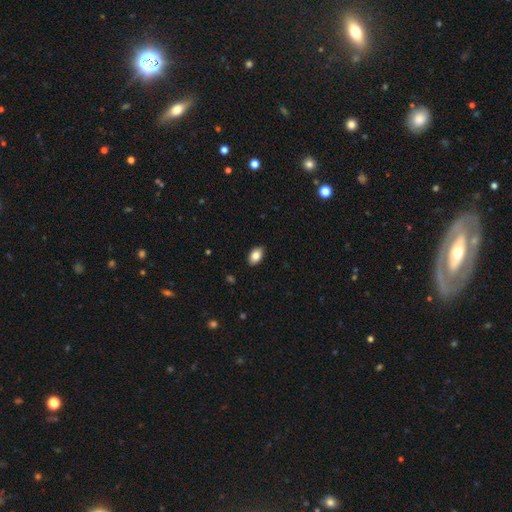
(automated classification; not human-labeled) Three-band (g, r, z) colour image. It shows a smooth galaxy with no disk features (85%) that is in between round and cigar-shaped (91%). Merging: none (89%).